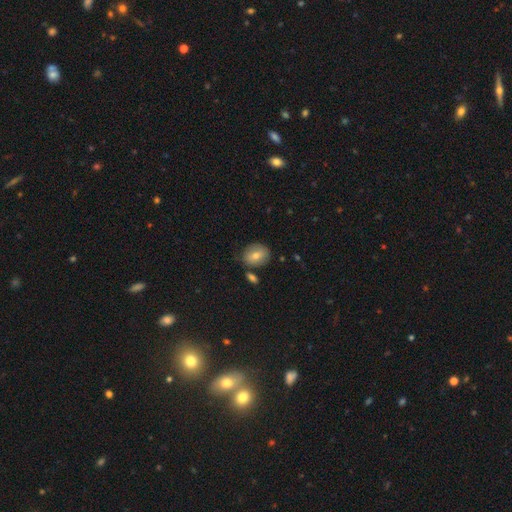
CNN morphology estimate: type=smooth (72%); roundness=round (50%); merging=none (73%).